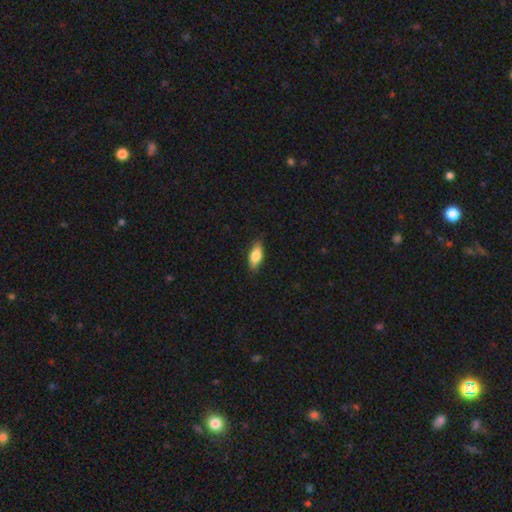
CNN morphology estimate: Smooth or featured? Predicted: smooth (p=0.72). How rounded? Predicted: in between (p=0.77). Merging? Predicted: none (p=0.85).